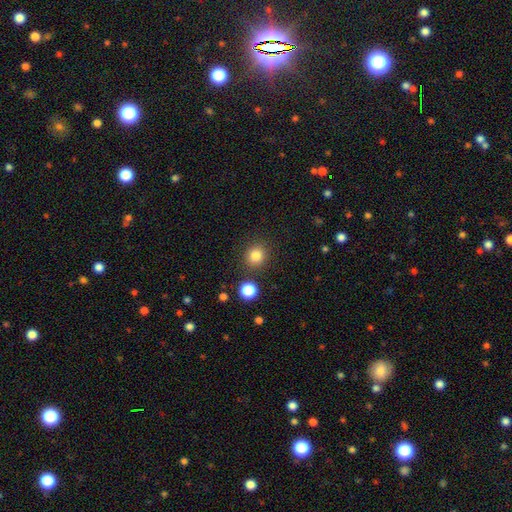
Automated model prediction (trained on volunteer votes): A smooth galaxy with no disk features (83%) that is round (87%).

Vote fractions:
- Smooth or featured? smooth: 83% / star or artifact: 12% / featured or disk: 5%
- How rounded? round: 87% / in between: 12% / cigar-shaped: 1%
- Merging? none: 87% / minor disturbance: 7% / merger: 4% / major disturbance: 3%